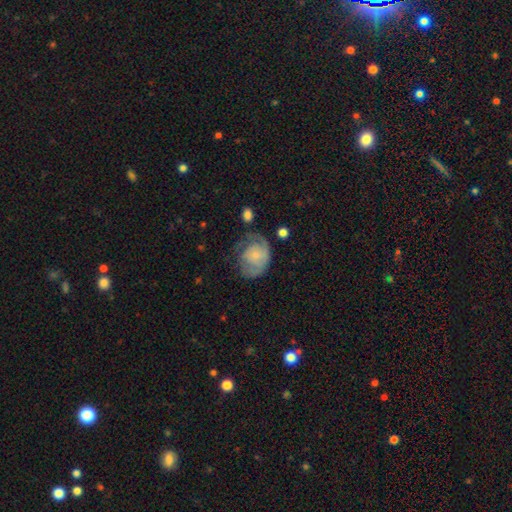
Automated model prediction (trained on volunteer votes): This appears to be a featured or disk galaxy (60%) with no bar (74%), spiral arms (82%) and a small central bulge (70%). Merging: none (43%).